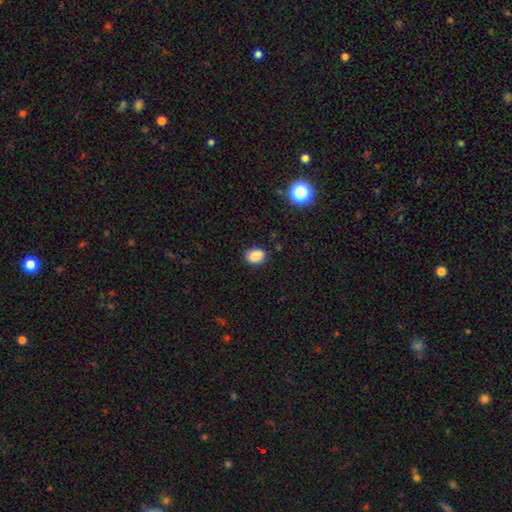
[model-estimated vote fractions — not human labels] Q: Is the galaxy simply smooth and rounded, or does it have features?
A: smooth — 86%.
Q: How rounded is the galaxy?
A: in between — 60%.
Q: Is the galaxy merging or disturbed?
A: none — 81%.